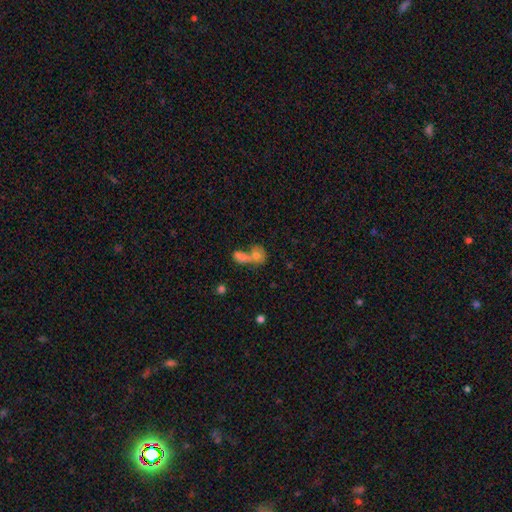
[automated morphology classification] Smooth or featured? smooth (65%)
How rounded? in between (55%)
Merging? merger (58%)